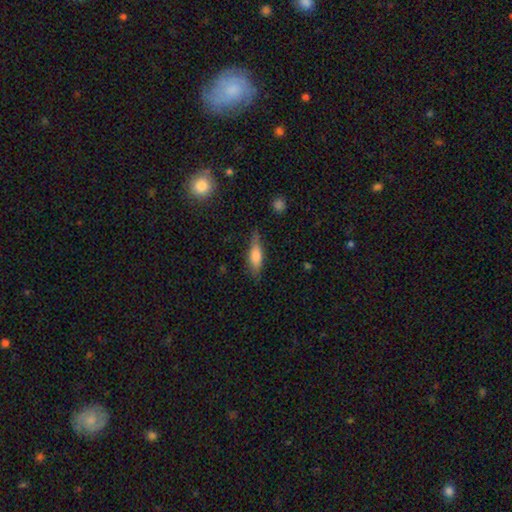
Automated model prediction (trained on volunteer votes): This appears to be a smooth galaxy with no disk features (66%) that is cigar-shaped (52%). Merging: none (73%).